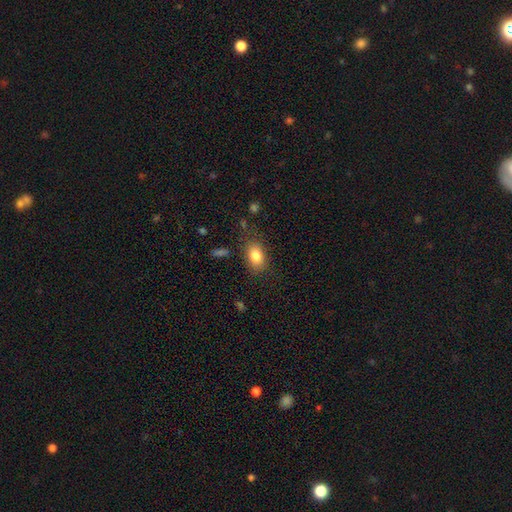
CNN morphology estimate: This appears to be a smooth galaxy with no disk features (83%) that is in between round and cigar-shaped (78%). Merging: none (80%).